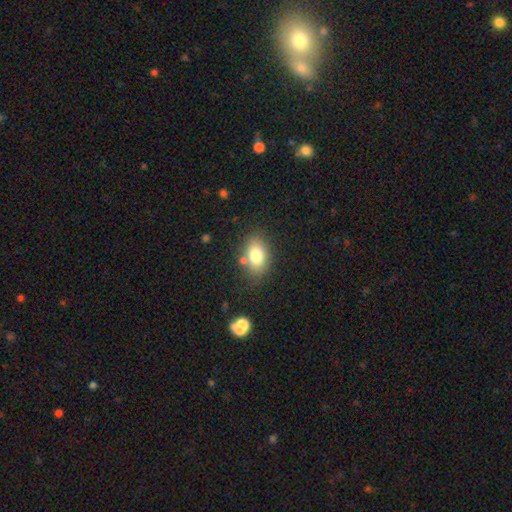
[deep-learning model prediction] smooth 78%, featured or disk 12%, star or artifact 10%. Down the decision tree: how rounded — in between (80%); merging — none (74%).